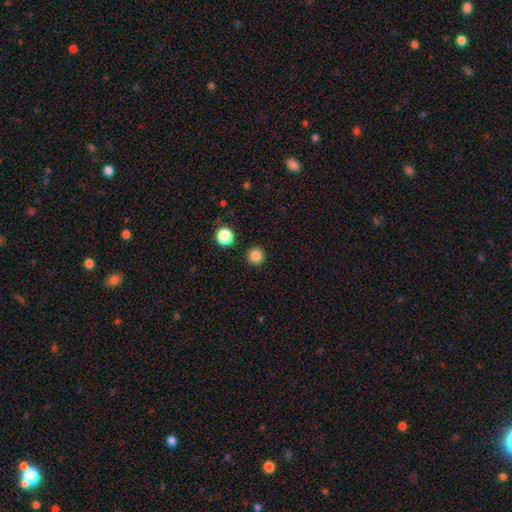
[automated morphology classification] This appears to be a smooth galaxy with no disk features (84%) that is round (96%). Merging: none (93%).